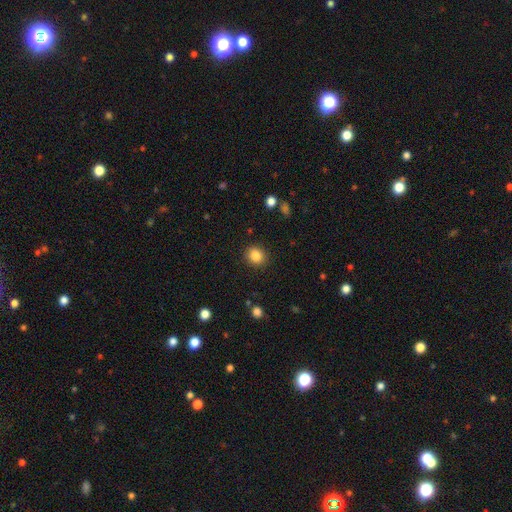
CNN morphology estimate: smooth-or-featured: smooth: 85% | star or artifact: 10% | featured or disk: 5%
  how-rounded: round: 74% | in between: 25% | cigar-shaped: 1%
  merging: none: 89% | minor disturbance: 7% | major disturbance: 2% | merger: 1%